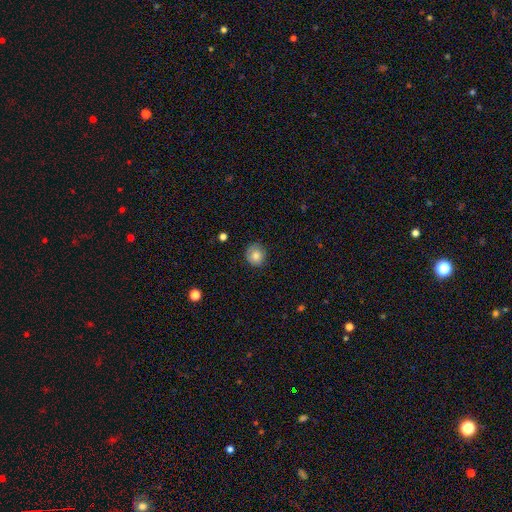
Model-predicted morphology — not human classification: Smooth or featured: smooth — 80% (featured or disk — 10%)
How rounded: round — 87% (in between — 12%)
Merging: none — 83% (minor disturbance — 13%)